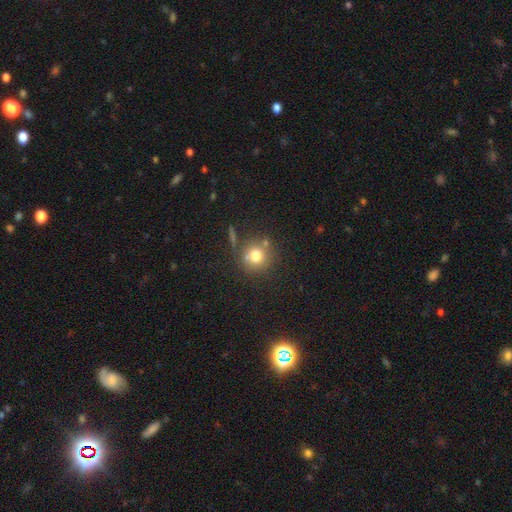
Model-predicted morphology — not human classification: type=smooth (75%); roundness=round (91%); merging=none (72%).